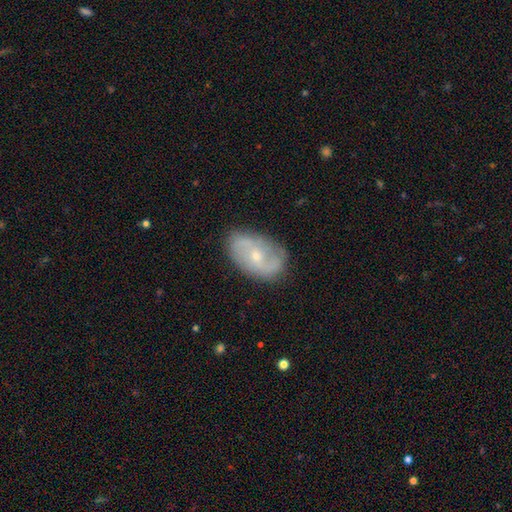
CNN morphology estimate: Q: Smooth or featured?
A: featured or disk (72%); runner-up: smooth (21%)
Q: Edge-on disk?
A: no (96%); runner-up: yes (4%)
Q: Bar?
A: no (57%); runner-up: weak (35%)
Q: Spiral arms?
A: yes (86%); runner-up: no (14%)
Q: Spiral winding?
A: loose (40%); runner-up: medium (39%)
Q: Spiral arm count?
A: 2 (81%); runner-up: can't tell (12%)
Q: Bulge size?
A: small (61%); runner-up: moderate (35%)
Q: Merging?
A: none (78%); runner-up: minor disturbance (16%)